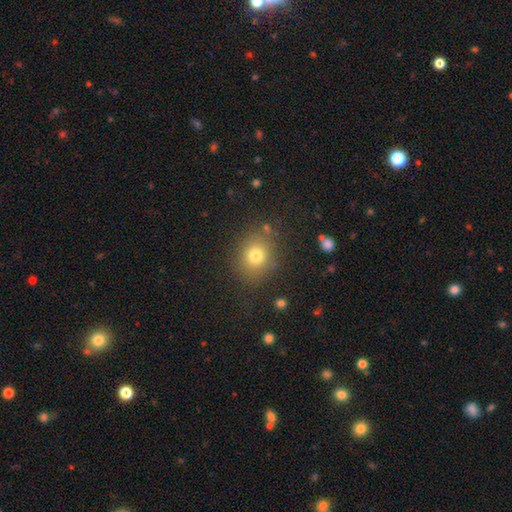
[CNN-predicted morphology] A smooth galaxy with no disk features (76%) that is round (68%). Merging: none (81%).